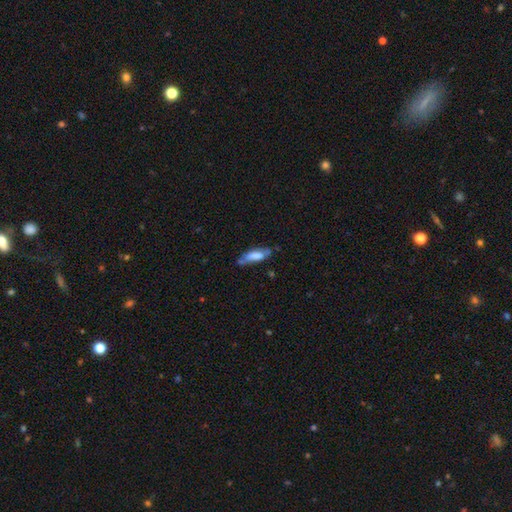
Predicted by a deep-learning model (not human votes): smooth_or_featured: smooth (p=0.67) [alt: featured or disk p=0.25]
how_rounded: in between (p=0.53) [alt: cigar-shaped p=0.45]
merging: none (p=0.45) [alt: minor disturbance p=0.32]